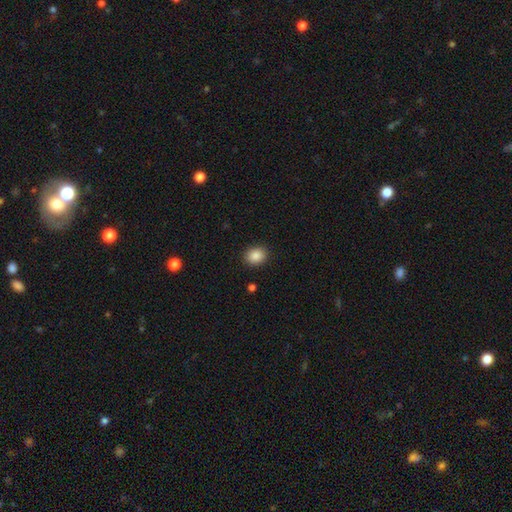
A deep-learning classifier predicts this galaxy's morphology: Smooth or featured?
  - smooth: 88% *
  - star or artifact: 9%
  - featured or disk: 4%
How rounded?
  - round: 55% *
  - in between: 44%
  - cigar-shaped: 1%
Merging?
  - none: 89% *
  - minor disturbance: 7%
  - major disturbance: 2%
  - merger: 1%